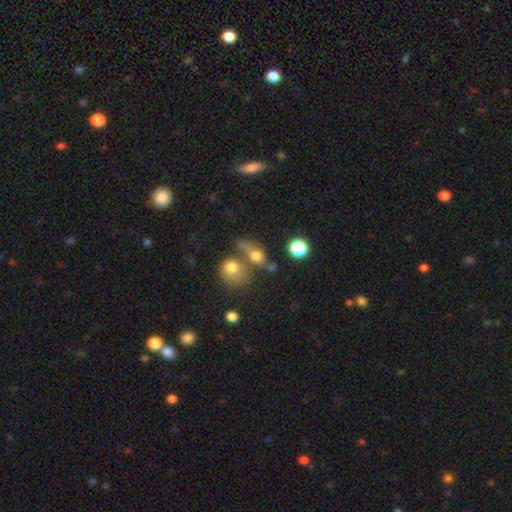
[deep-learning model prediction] A smooth galaxy with no disk features (64%) that is round (48%). Merging: merger (46%).